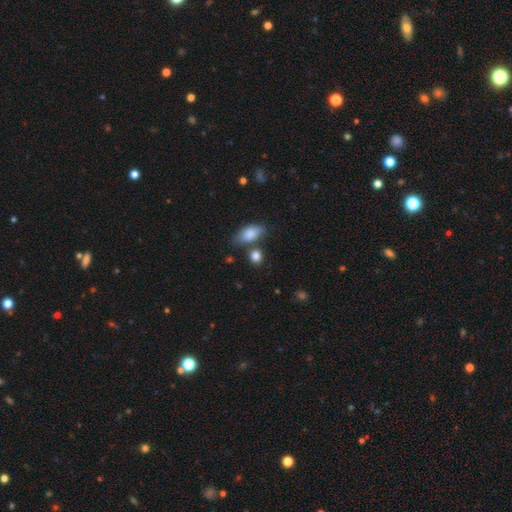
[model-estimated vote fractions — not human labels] smooth 85%, star or artifact 9%, featured or disk 6%. Down the decision tree: how rounded — round (55%); merging — none (66%).